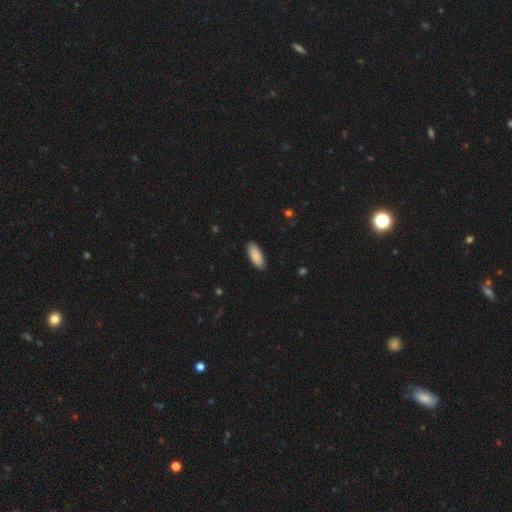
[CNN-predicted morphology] Smooth or featured: smooth — 89% (featured or disk — 6%)
How rounded: in between — 82% (cigar-shaped — 17%)
Merging: none — 89% (minor disturbance — 9%)